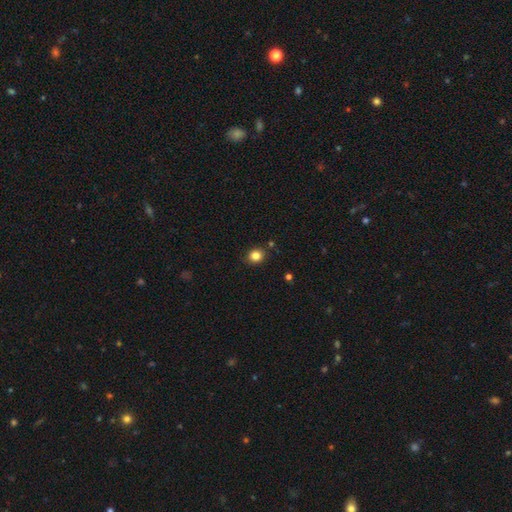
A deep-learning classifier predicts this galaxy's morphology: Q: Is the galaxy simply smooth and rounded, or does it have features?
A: smooth — 83%.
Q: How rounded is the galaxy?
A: round — 75%.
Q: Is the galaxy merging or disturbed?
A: none — 87%.